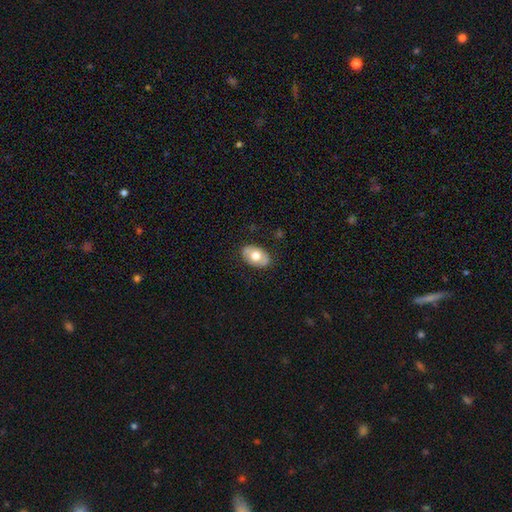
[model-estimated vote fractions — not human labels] smooth_or_featured: smooth (p=0.64) [alt: featured or disk p=0.30]
how_rounded: in between (p=0.89) [alt: round p=0.10]
merging: none (p=0.84) [alt: minor disturbance p=0.13]